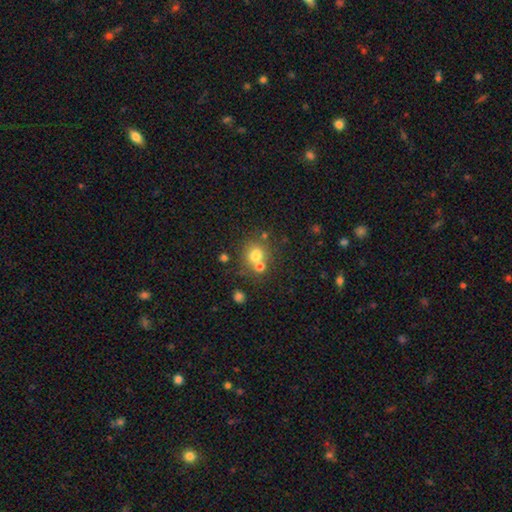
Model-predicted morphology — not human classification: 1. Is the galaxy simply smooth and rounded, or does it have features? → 72% smooth, 15% star or artifact, 13% featured or disk.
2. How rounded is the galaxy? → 83% round, 16% in between, 1% cigar-shaped.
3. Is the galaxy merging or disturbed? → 56% none, 30% merger, 10% minor disturbance, 4% major disturbance.